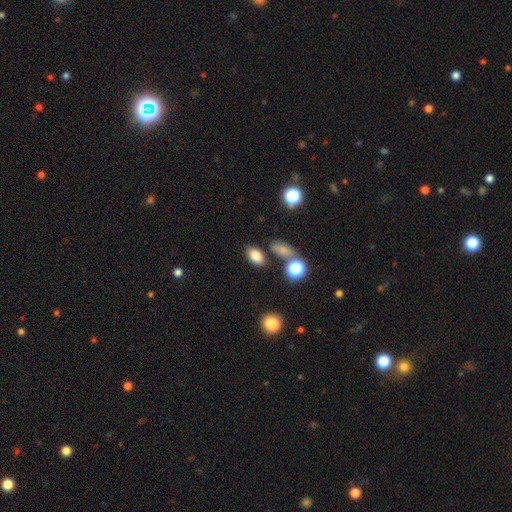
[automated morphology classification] This appears to be a smooth galaxy with no disk features (81%) that is in between round and cigar-shaped (86%). Merging: none (77%).